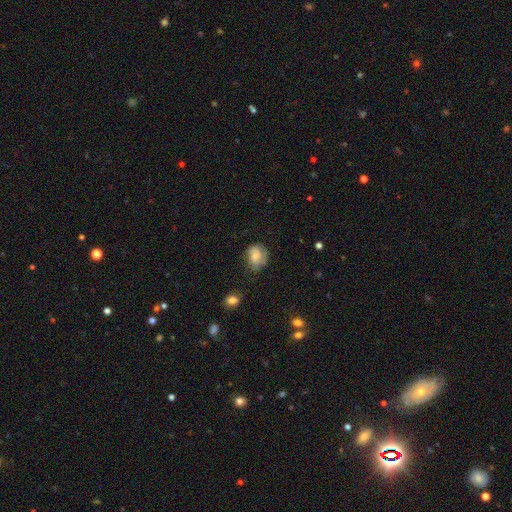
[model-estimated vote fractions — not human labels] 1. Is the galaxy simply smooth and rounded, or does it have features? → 66% smooth, 25% featured or disk, 9% star or artifact.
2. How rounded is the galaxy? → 54% round, 45% in between, 1% cigar-shaped.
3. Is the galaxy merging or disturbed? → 55% none, 31% minor disturbance, 12% major disturbance, 2% merger.